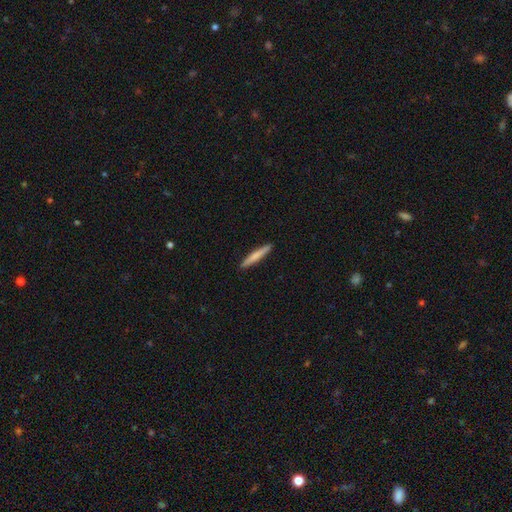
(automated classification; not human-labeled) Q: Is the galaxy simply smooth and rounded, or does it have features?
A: smooth — 68%.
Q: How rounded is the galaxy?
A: cigar-shaped — 95%.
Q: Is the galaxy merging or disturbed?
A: none — 92%.